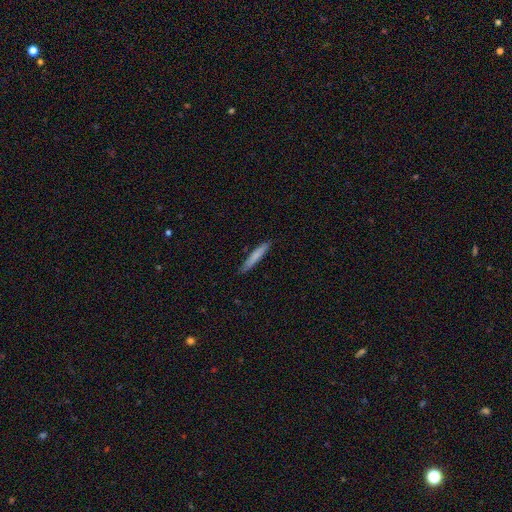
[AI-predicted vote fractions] Smooth or featured: smooth — 76% (featured or disk — 19%)
How rounded: cigar-shaped — 93% (in between — 5%)
Merging: none — 85% (minor disturbance — 12%)